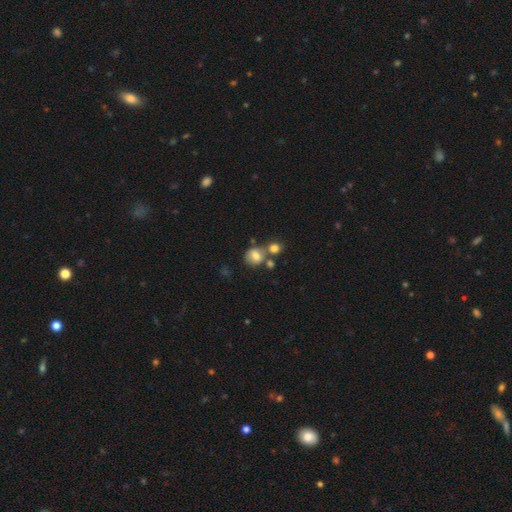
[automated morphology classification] type=smooth (74%); roundness=round (68%); merging=none (48%).